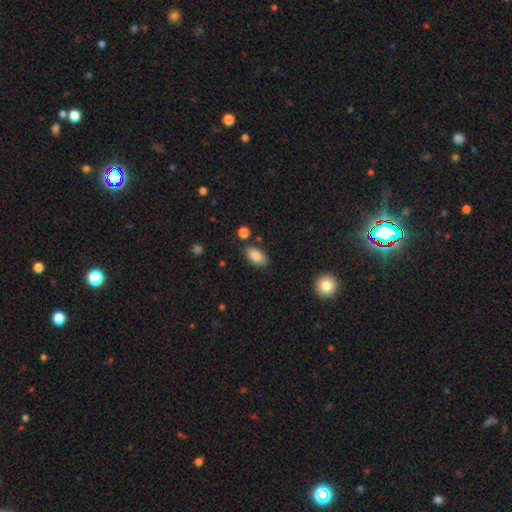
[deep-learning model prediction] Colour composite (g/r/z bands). It shows a smooth galaxy with no disk features (86%) that is in between round and cigar-shaped (92%). Merging: none (79%).